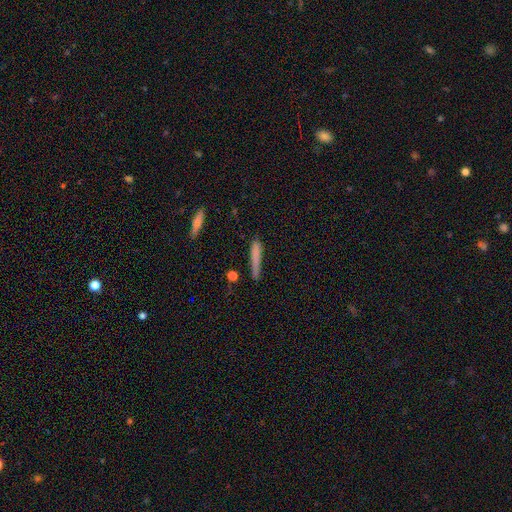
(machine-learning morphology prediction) smooth_or_featured: smooth (p=0.75) [alt: featured or disk p=0.17]
how_rounded: cigar-shaped (p=0.93) [alt: in between p=0.05]
merging: none (p=0.71) [alt: minor disturbance p=0.21]